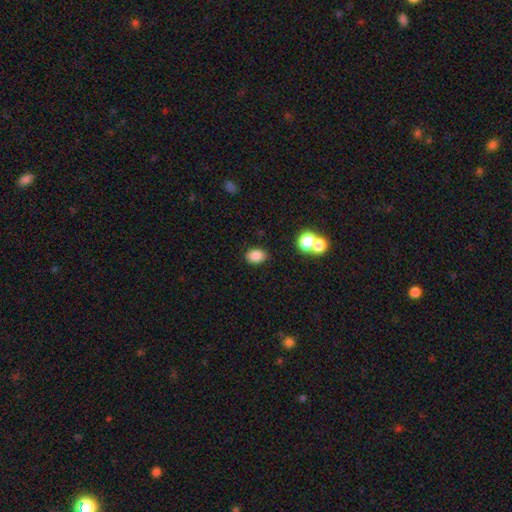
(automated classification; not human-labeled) Smooth or featured? Predicted: smooth (p=0.84). How rounded? Predicted: in between (p=0.77). Merging? Predicted: none (p=0.83).